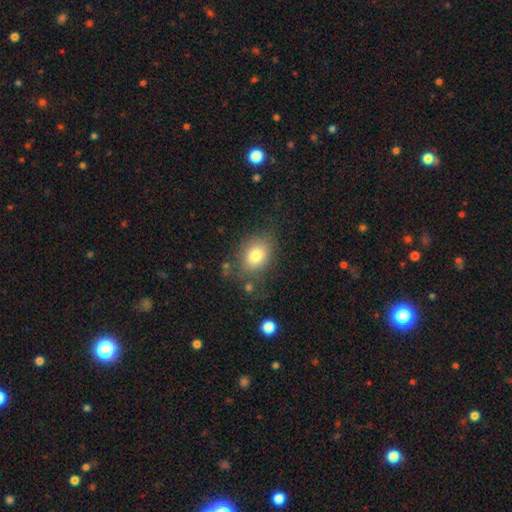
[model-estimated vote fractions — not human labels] Smooth or featured?
  - smooth: 79% *
  - featured or disk: 12%
  - star or artifact: 9%
How rounded?
  - in between: 67% *
  - round: 32%
  - cigar-shaped: 1%
Merging?
  - none: 67% *
  - minor disturbance: 19%
  - major disturbance: 9%
  - merger: 4%